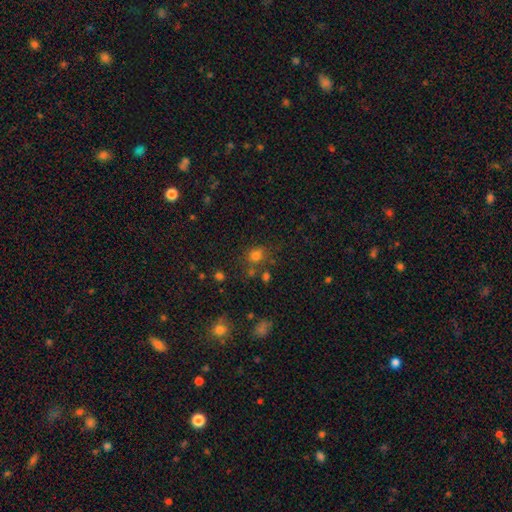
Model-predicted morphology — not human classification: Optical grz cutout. It shows a smooth galaxy with no disk features (74%) that is round (73%). Merging: none (65%).